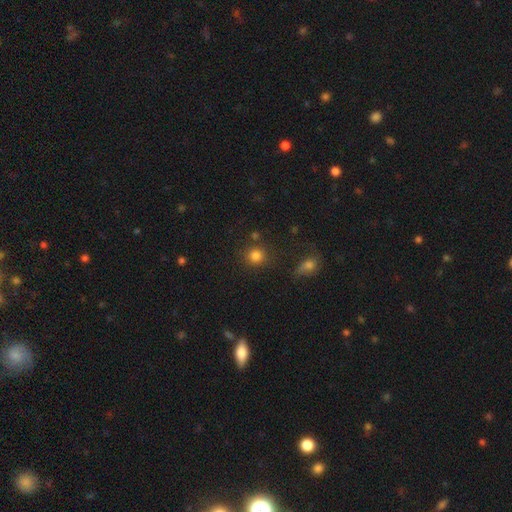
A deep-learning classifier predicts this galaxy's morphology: Overall: smooth (81%). How rounded: round (88%). Merging: none (78%).